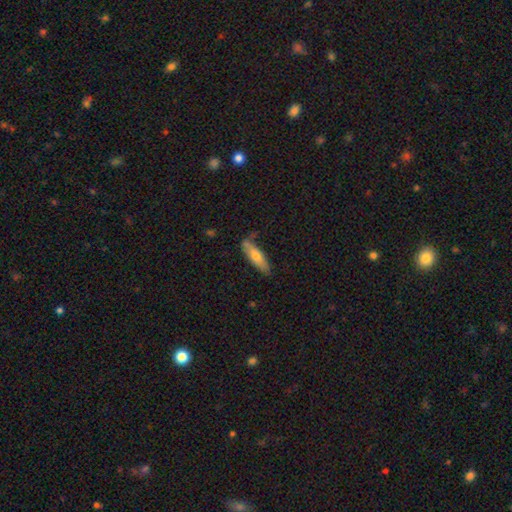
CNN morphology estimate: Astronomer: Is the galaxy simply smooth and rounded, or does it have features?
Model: smooth — 67%.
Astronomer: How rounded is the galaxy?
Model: cigar-shaped — 53% (runner-up: in between, 45%).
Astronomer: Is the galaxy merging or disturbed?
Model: none — 72%.